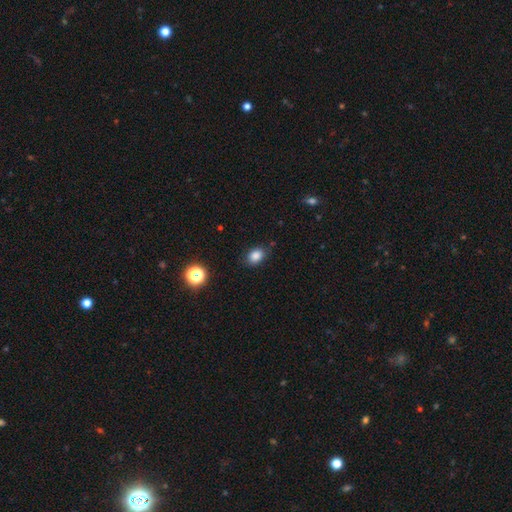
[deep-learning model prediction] A smooth galaxy with no disk features (84%) that is in between round and cigar-shaped (74%). Merging: none (82%).